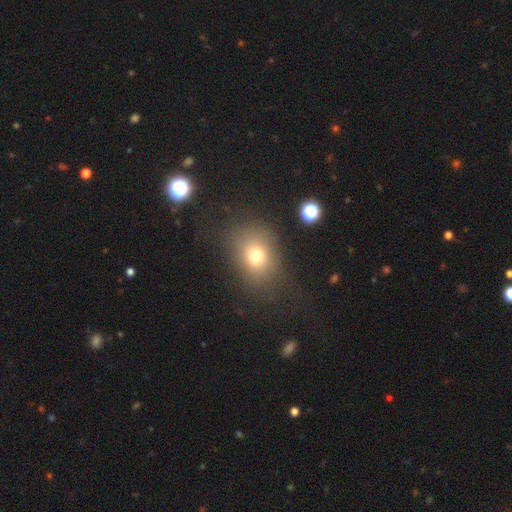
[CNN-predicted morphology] smooth_or_featured: smooth (p=0.73) [alt: star or artifact p=0.15]
how_rounded: in between (p=0.56) [alt: round p=0.42]
merging: none (p=0.75) [alt: minor disturbance p=0.14]